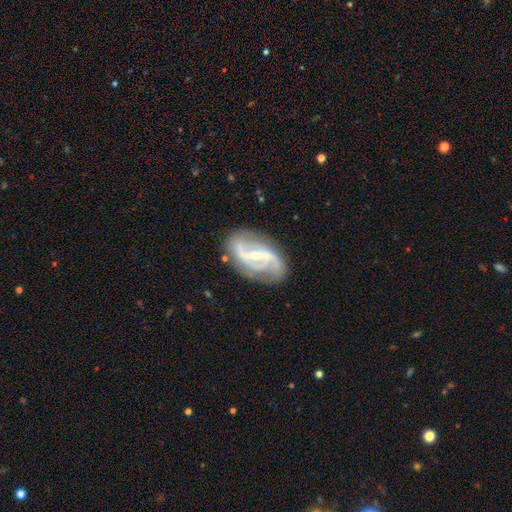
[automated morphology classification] This appears to be a featured or disk galaxy (87%) with a strong bar (46%), 2 (83%) loose (49%) spiral arms (95%) and a small central bulge (68%). Merging: none (76%).